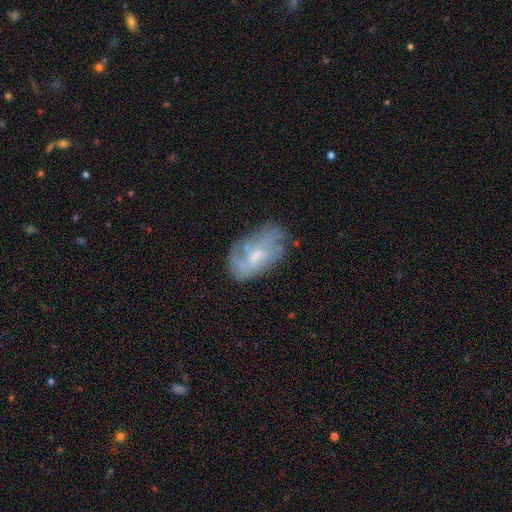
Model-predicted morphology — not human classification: Smooth or featured?
  - featured or disk: 58% *
  - smooth: 34%
  - star or artifact: 8%
Edge-on disk?
  - no: 95% *
  - yes: 5%
Bar?
  - no: 54% *
  - weak: 40%
  - strong: 6%
Spiral arms?
  - yes: 65% *
  - no: 35%
Bulge size?
  - small: 45% *
  - moderate: 39%
  - none: 12%
  - large: 3%
  - dominant: 1%
Merging?
  - none: 57% *
  - minor disturbance: 27%
  - major disturbance: 14%
  - merger: 2%